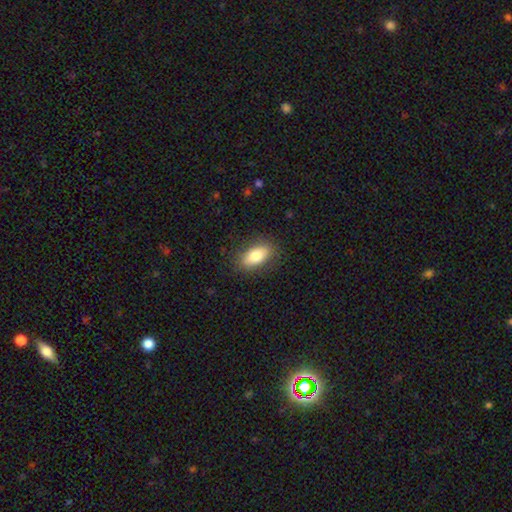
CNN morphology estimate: smooth-or-featured: smooth: 80% | featured or disk: 13% | star or artifact: 7%
  how-rounded: in between: 87% | cigar-shaped: 7% | round: 5%
  merging: none: 85% | minor disturbance: 11% | major disturbance: 3% | merger: 1%